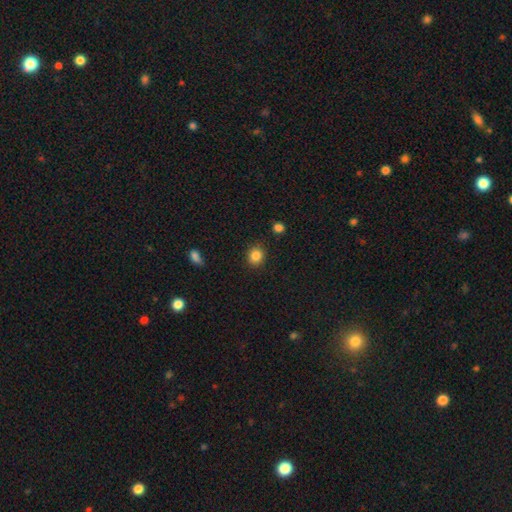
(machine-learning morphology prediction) Smooth or featured: smooth — 85% (star or artifact — 10%)
How rounded: round — 83% (in between — 16%)
Merging: none — 90% (minor disturbance — 7%)